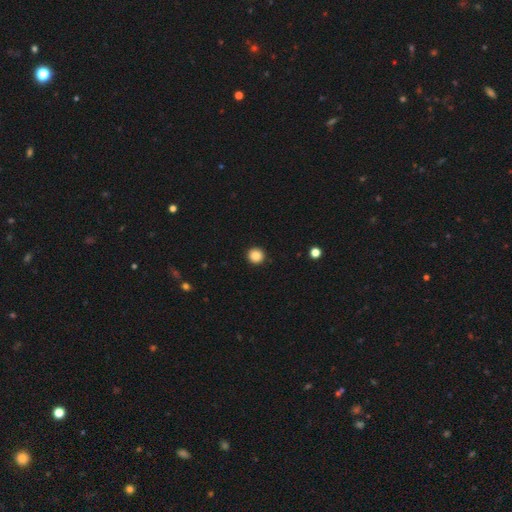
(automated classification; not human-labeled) smooth 87%, star or artifact 10%, featured or disk 3%. Down the decision tree: how rounded — round (94%); merging — none (93%).